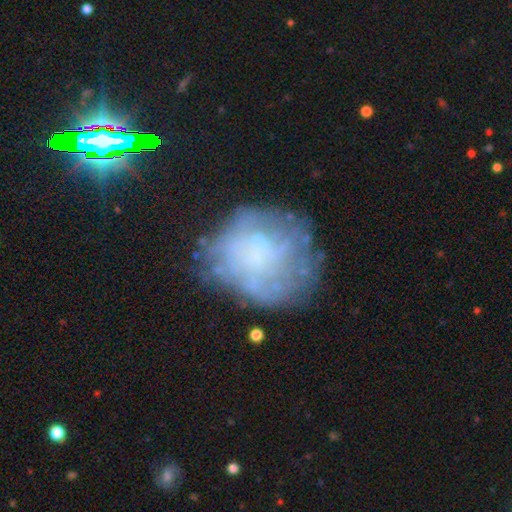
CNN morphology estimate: This appears to be a featured or disk galaxy (48%). Merging: none (57%).